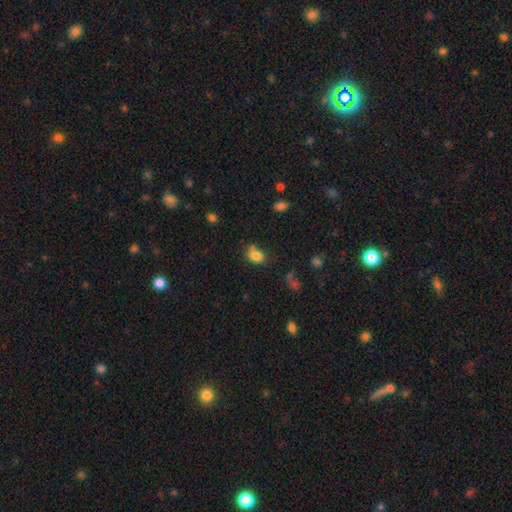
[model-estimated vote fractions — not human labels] This is clearly a smooth galaxy (80%). How rounded: likely in between (61%). Merging: possibly none (56%).